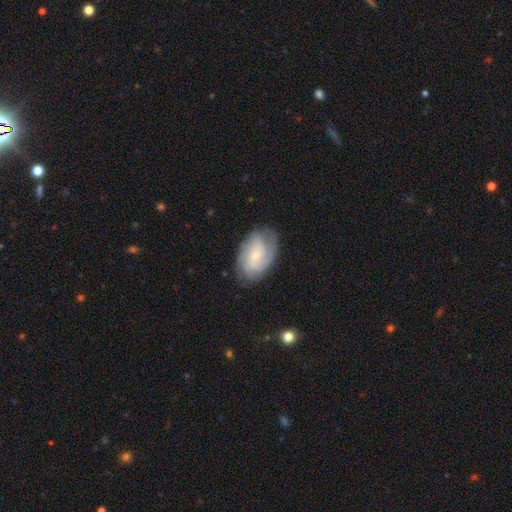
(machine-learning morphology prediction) Smooth or featured?
  - featured or disk: 73% *
  - smooth: 21%
  - star or artifact: 7%
Edge-on disk?
  - no: 96% *
  - yes: 4%
Bar?
  - no: 59% *
  - weak: 34%
  - strong: 7%
Spiral arms?
  - yes: 93% *
  - no: 7%
Spiral winding?
  - tight: 48% *
  - medium: 38%
  - loose: 13%
Spiral arm count?
  - can't tell: 30% *
  - 2: 24%
  - 3: 24%
  - 4: 11%
  - 1: 5%
  - more than 4: 5%
Bulge size?
  - small: 71% *
  - moderate: 24%
  - none: 3%
  - large: 1%
  - dominant: 1%
Merging?
  - none: 77% *
  - minor disturbance: 17%
  - major disturbance: 5%
  - merger: 1%